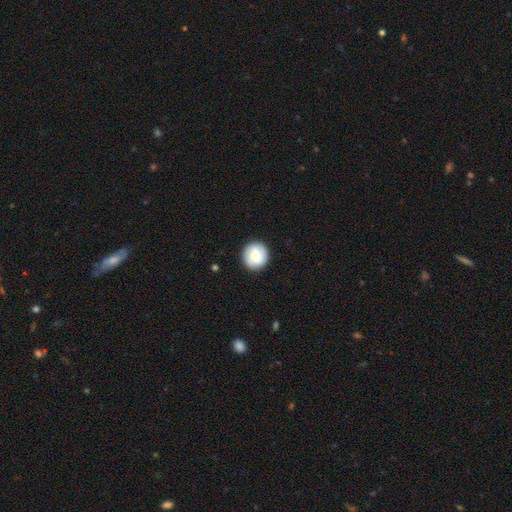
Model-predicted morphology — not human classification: Smooth or featured? Predicted: smooth (p=0.69). How rounded? Predicted: round (p=0.91). Merging? Predicted: none (p=0.89).